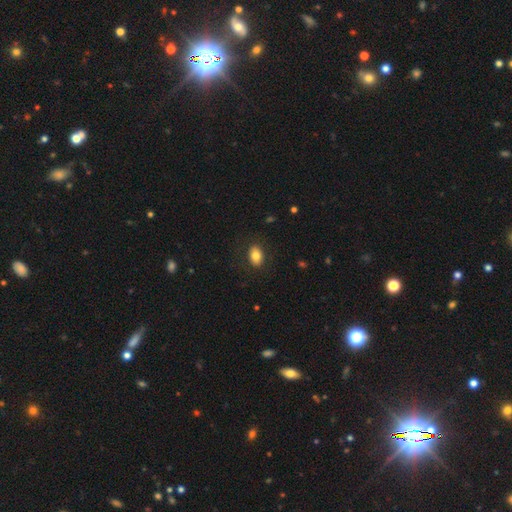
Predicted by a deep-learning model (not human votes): Q: Smooth or featured?
A: smooth (81%); runner-up: featured or disk (10%)
Q: How rounded?
A: in between (83%); runner-up: round (16%)
Q: Merging?
A: none (85%); runner-up: minor disturbance (10%)